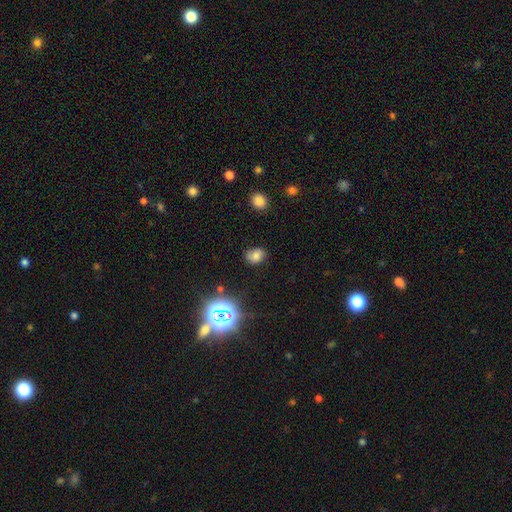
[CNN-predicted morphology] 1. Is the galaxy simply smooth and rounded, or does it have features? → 68% smooth, 19% star or artifact, 12% featured or disk.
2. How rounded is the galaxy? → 63% in between, 36% round, 1% cigar-shaped.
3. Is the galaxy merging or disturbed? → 77% none, 16% minor disturbance, 4% major disturbance, 2% merger.